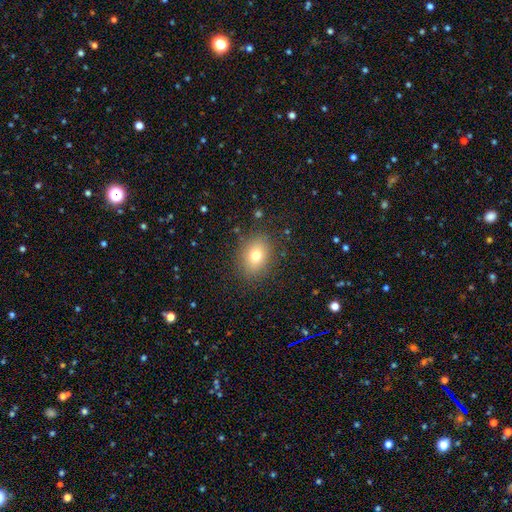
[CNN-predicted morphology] Smooth or featured? Predicted: smooth (p=0.75). How rounded? Predicted: in between (p=0.61). Merging? Predicted: none (p=0.85).